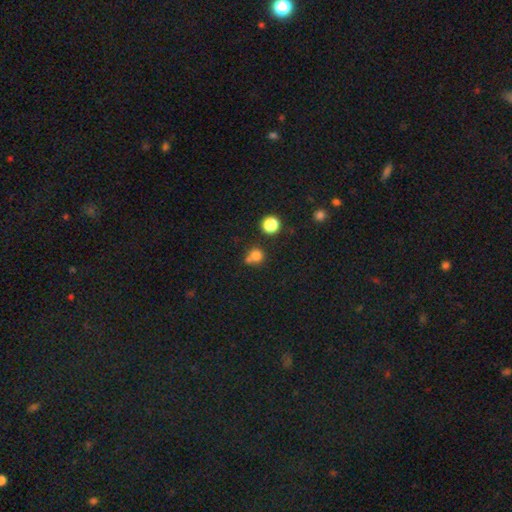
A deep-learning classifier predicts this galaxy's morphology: A smooth galaxy with no disk features (77%) that is round (86%).

Vote fractions:
- Smooth or featured? smooth: 77% / star or artifact: 15% / featured or disk: 8%
- How rounded? round: 86% / in between: 13% / cigar-shaped: 1%
- Merging? none: 54% / merger: 27% / minor disturbance: 14% / major disturbance: 5%